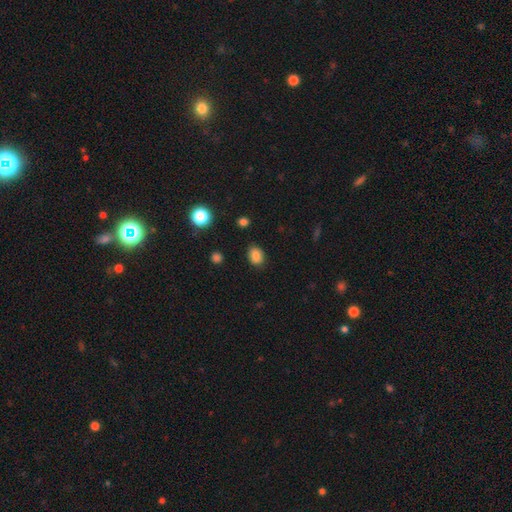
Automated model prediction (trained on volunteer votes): The model was most divided on "how rounded": in between: 59%, round: 40%, cigar-shaped: 1%. More confident: merging — none (86%); smooth or featured — smooth (85%).